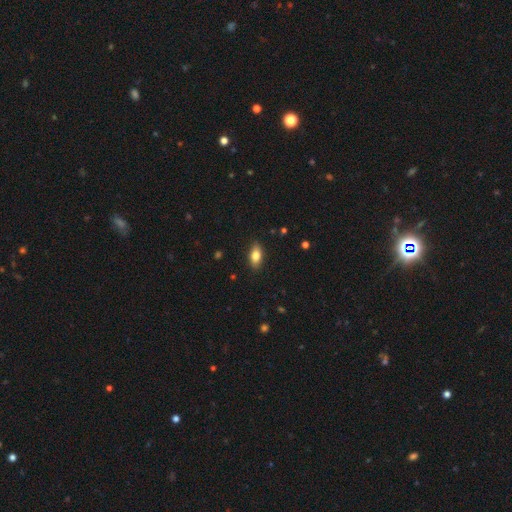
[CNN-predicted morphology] The model was most divided on "smooth or featured": smooth: 78%, featured or disk: 15%, star or artifact: 8%. More confident: how rounded — in between (86%); merging — none (85%).